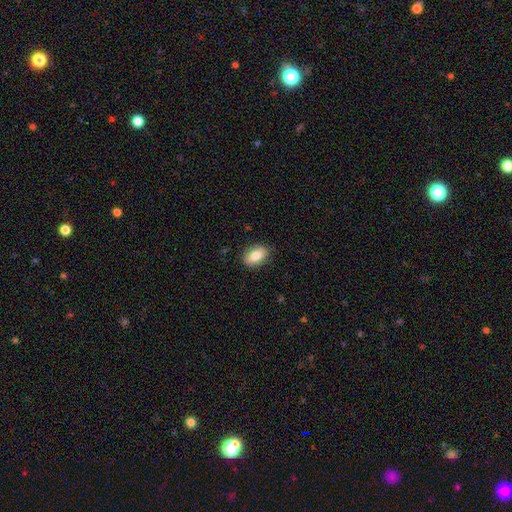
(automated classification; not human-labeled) Smooth or featured? Predicted: smooth (p=0.83). How rounded? Predicted: in between (p=0.87). Merging? Predicted: none (p=0.86).